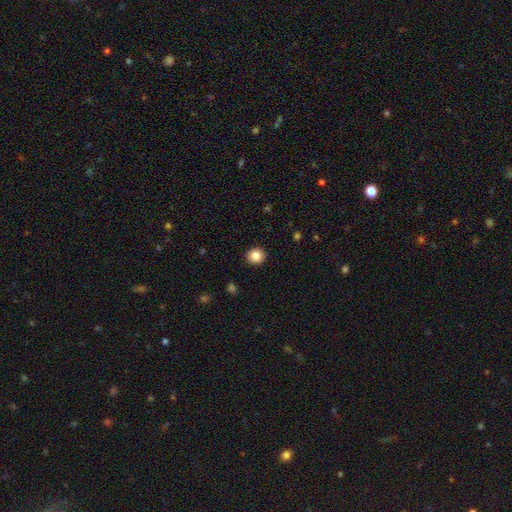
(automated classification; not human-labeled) smooth-or-featured: smooth: 84% | star or artifact: 10% | featured or disk: 6%
  how-rounded: round: 87% | in between: 12% | cigar-shaped: 1%
  merging: none: 92% | minor disturbance: 5% | major disturbance: 2% | merger: 1%